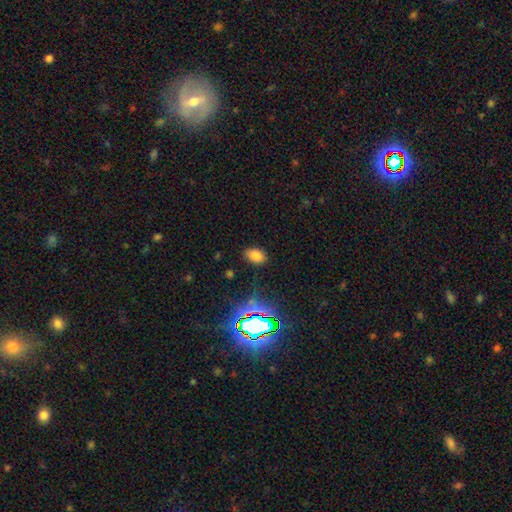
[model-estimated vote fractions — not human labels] smooth_or_featured: smooth (p=0.74) [alt: star or artifact p=0.19]
how_rounded: in between (p=0.85) [alt: round p=0.13]
merging: none (p=0.83) [alt: minor disturbance p=0.12]